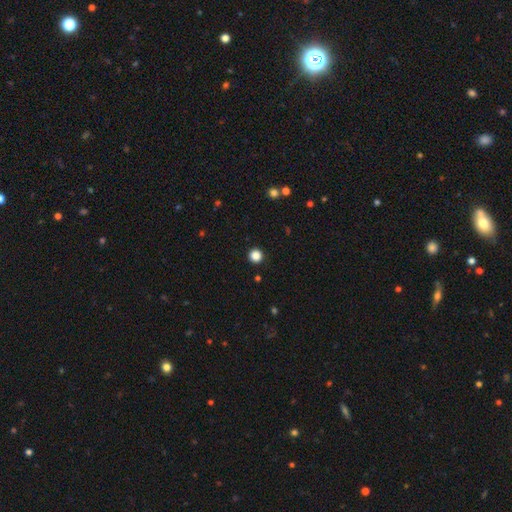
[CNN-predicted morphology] Overall: smooth (86%). How rounded: round (95%). Merging: none (93%).